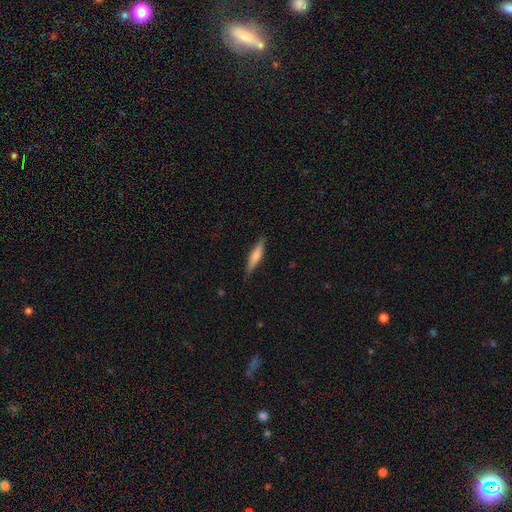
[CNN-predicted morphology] Smooth or featured: smooth — 66% (featured or disk — 29%)
How rounded: cigar-shaped — 83% (in between — 15%)
Merging: none — 85% (minor disturbance — 12%)